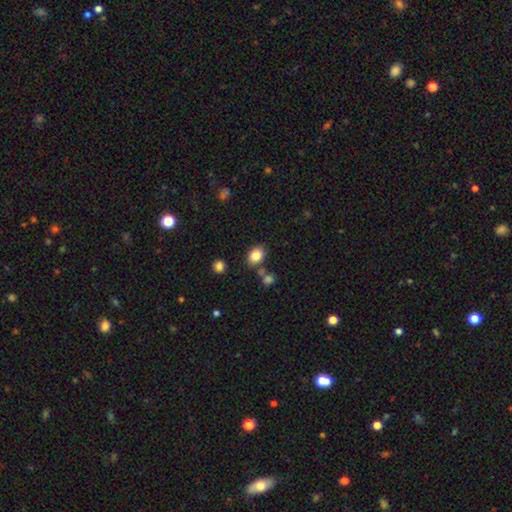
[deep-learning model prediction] The model was most divided on "how rounded": in between: 69%, round: 30%, cigar-shaped: 1%. More confident: smooth or featured — smooth (84%); merging — none (73%).